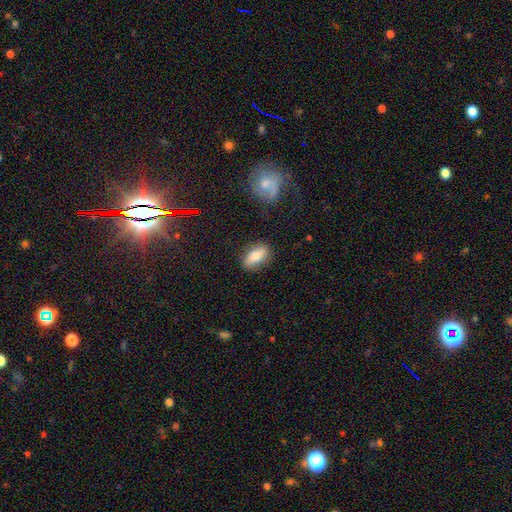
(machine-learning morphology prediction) Smooth or featured?
  - smooth: 73% *
  - featured or disk: 19%
  - star or artifact: 7%
How rounded?
  - in between: 83% *
  - cigar-shaped: 11%
  - round: 5%
Merging?
  - none: 82% *
  - minor disturbance: 12%
  - major disturbance: 3%
  - merger: 2%